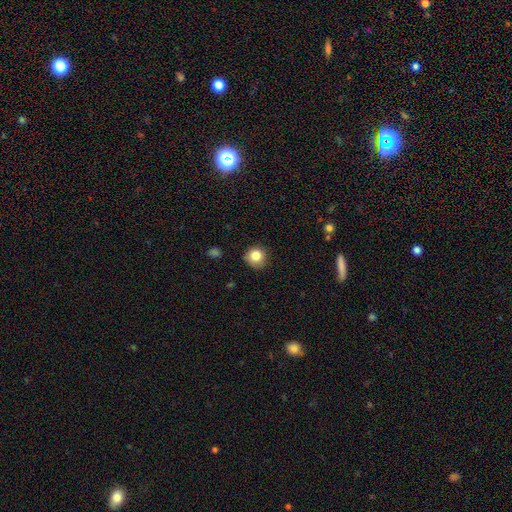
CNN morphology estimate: Smooth or featured? Predicted: smooth (p=0.83). How rounded? Predicted: round (p=0.91). Merging? Predicted: none (p=0.83).